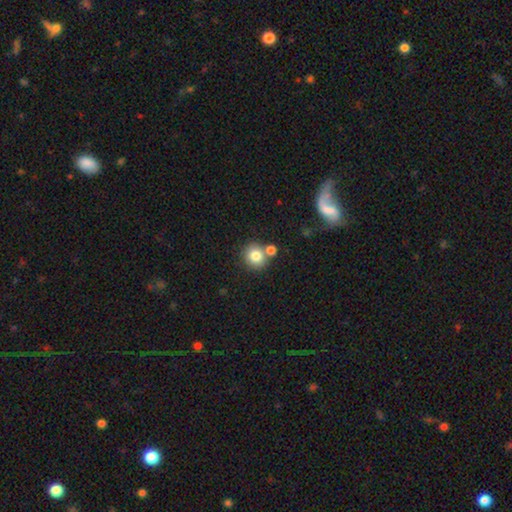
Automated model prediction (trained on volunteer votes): Overall: smooth (81%). How rounded: round (86%). Merging: none (64%).